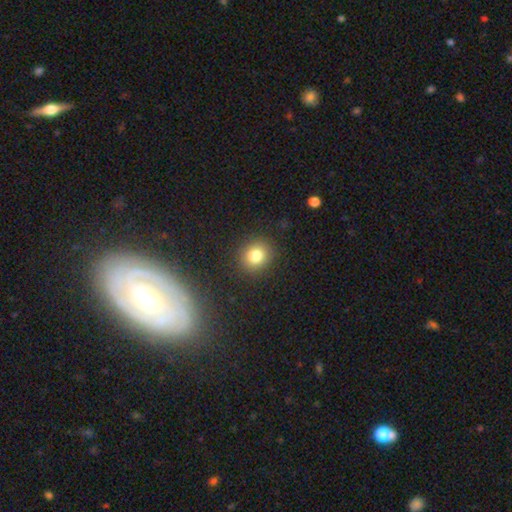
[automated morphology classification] This appears to be a smooth galaxy with no disk features (81%) that is round (81%). Merging: none (89%).